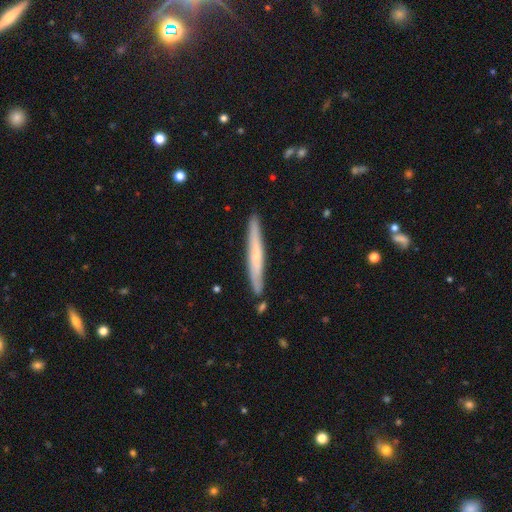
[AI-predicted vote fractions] The model was most divided on "smooth or featured": smooth: 49%, featured or disk: 45%, star or artifact: 6%. More confident: merging — none (88%).